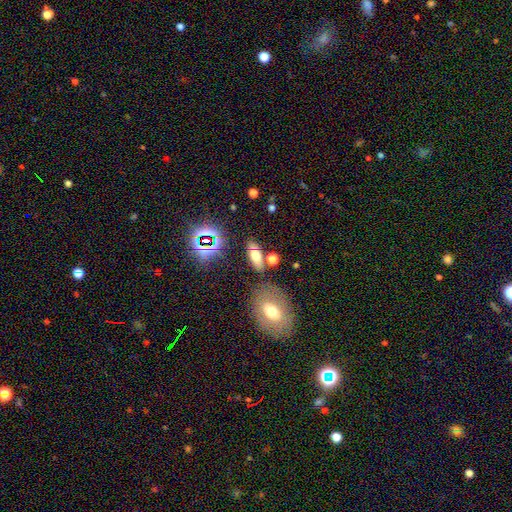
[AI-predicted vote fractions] Overall: smooth (60%; star or artifact 21%). How rounded: in between (76%). Merging: none (75%).